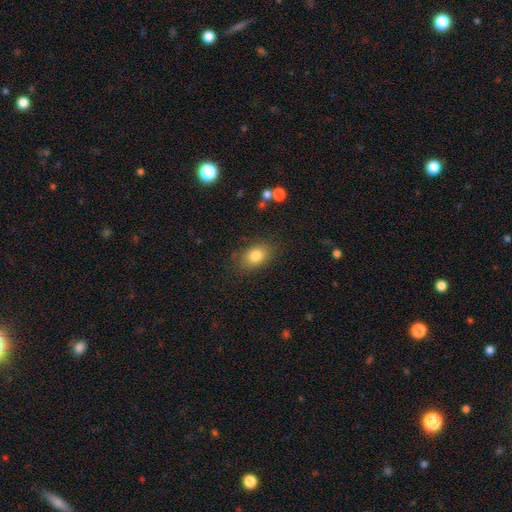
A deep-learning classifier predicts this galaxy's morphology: type=smooth (82%); roundness=in between (78%); merging=none (80%).